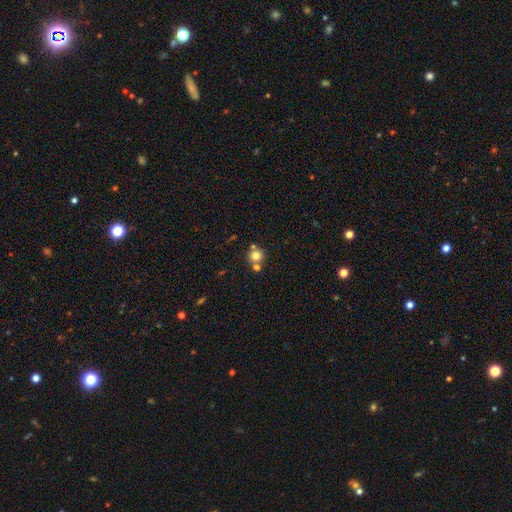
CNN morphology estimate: type=smooth (76%); roundness=round (88%); merging=none (59%).